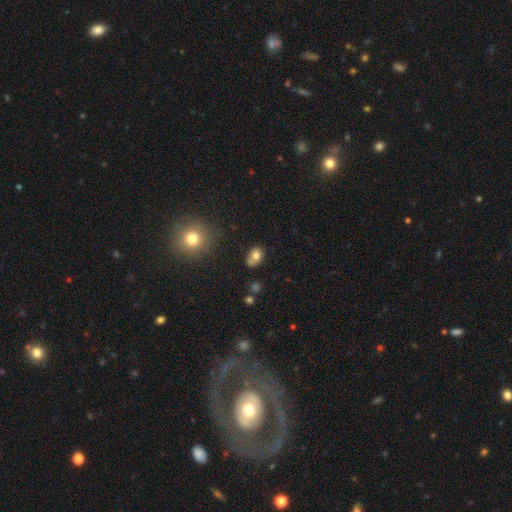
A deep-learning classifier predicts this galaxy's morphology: A smooth galaxy with no disk features (75%) that is in between round and cigar-shaped (74%).

Vote fractions:
- Smooth or featured? smooth: 75% / featured or disk: 15% / star or artifact: 10%
- How rounded? in between: 74% / round: 25% / cigar-shaped: 1%
- Merging? none: 56% / minor disturbance: 25% / merger: 11% / major disturbance: 8%